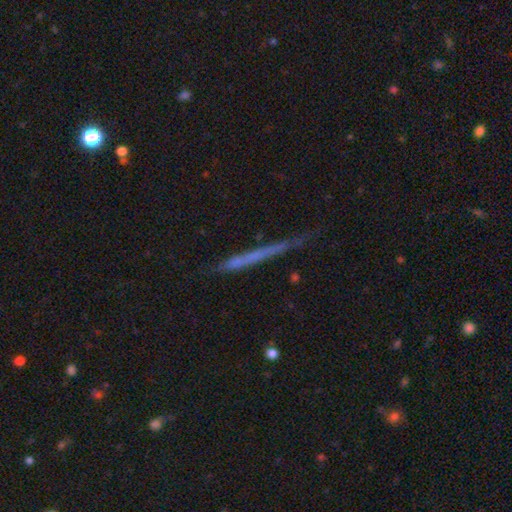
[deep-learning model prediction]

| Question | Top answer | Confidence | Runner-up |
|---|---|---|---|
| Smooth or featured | smooth | 45% | featured or disk (44%) |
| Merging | none | 73% | minor disturbance (18%) |